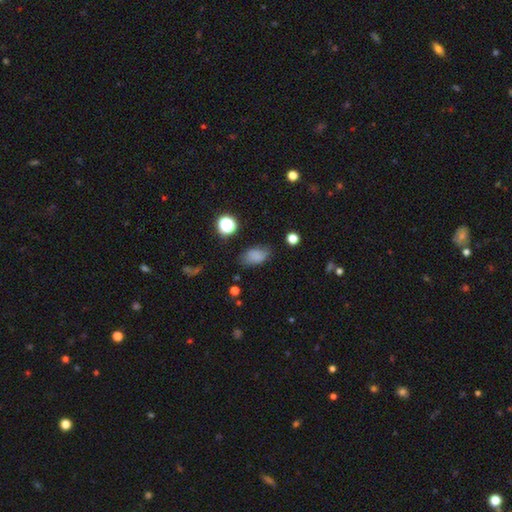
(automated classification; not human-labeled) smooth-or-featured: smooth: 78% | star or artifact: 13% | featured or disk: 9%
  how-rounded: in between: 87% | round: 11% | cigar-shaped: 2%
  merging: none: 70% | minor disturbance: 22% | major disturbance: 6% | merger: 2%